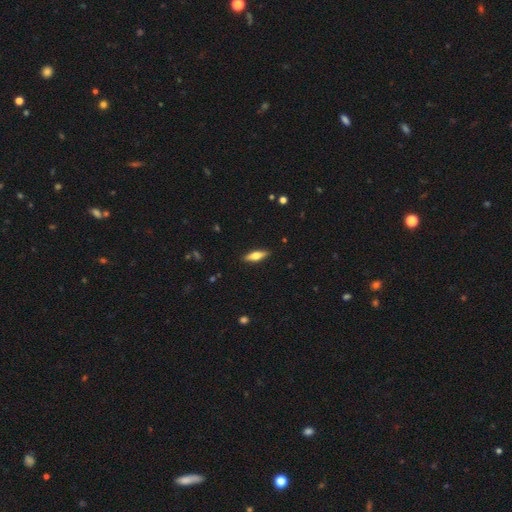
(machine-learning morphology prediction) This appears to be a smooth galaxy with no disk features (58%) that is in between round and cigar-shaped (52%). Merging: none (89%).